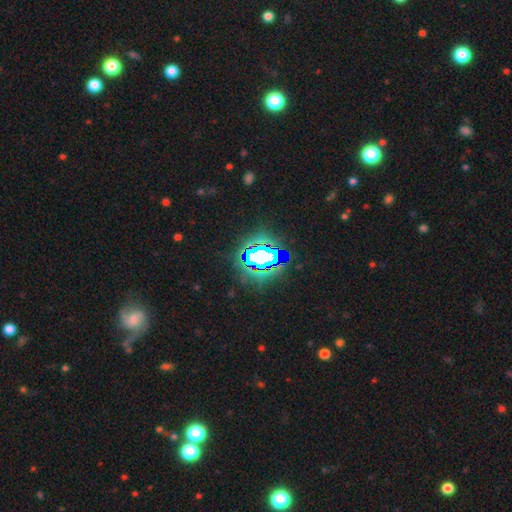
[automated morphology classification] smooth-or-featured: star or artifact: 66% | featured or disk: 17% | smooth: 17%